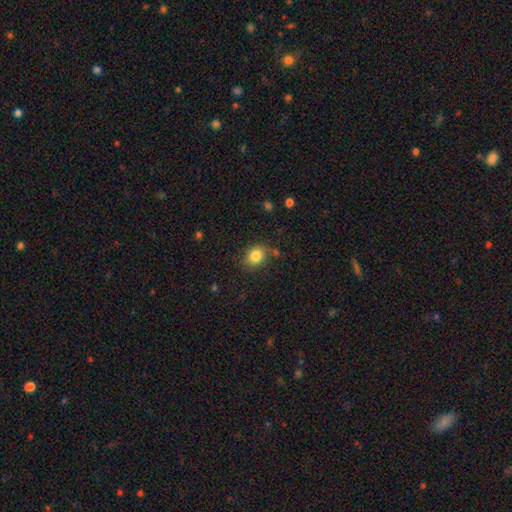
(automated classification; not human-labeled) Smooth or featured? Predicted: smooth (p=0.83). How rounded? Predicted: in between (p=0.50). Merging? Predicted: none (p=0.78).